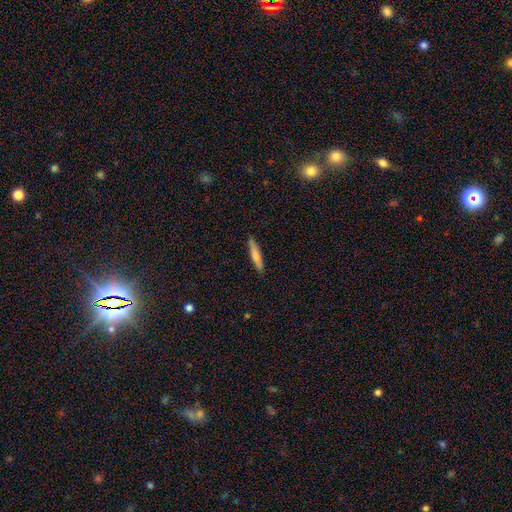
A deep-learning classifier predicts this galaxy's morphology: smooth-or-featured: smooth: 71% | featured or disk: 24% | star or artifact: 6%
  how-rounded: cigar-shaped: 90% | in between: 8% | round: 1%
  merging: none: 89% | minor disturbance: 8% | major disturbance: 2% | merger: 1%